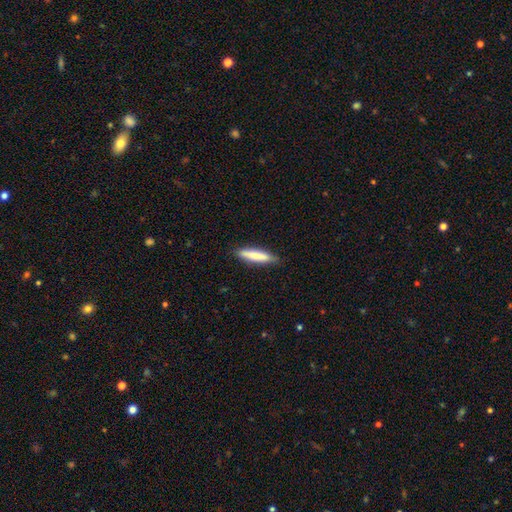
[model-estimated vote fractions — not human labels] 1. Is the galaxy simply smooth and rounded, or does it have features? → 80% smooth, 15% featured or disk, 5% star or artifact.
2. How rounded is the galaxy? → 85% cigar-shaped, 14% in between, 1% round.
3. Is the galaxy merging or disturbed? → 85% none, 12% minor disturbance, 2% major disturbance, 1% merger.